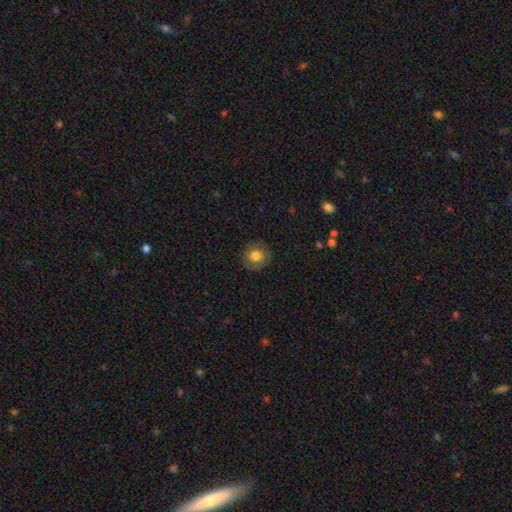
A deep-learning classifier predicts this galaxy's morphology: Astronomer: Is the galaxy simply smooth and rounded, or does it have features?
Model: smooth — 76%.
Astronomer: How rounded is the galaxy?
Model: round — 86%.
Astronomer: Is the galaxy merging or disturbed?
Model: none — 86%.